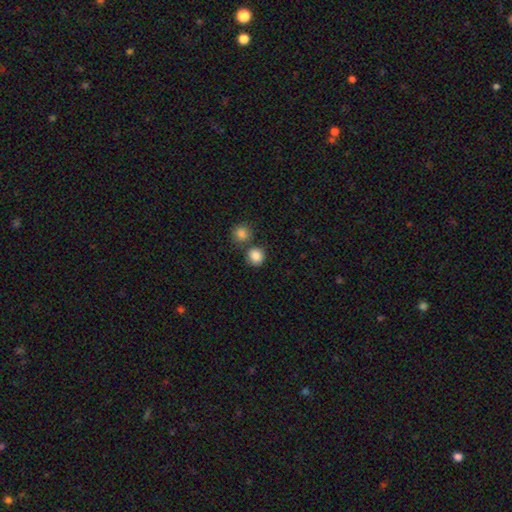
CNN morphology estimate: smooth-or-featured: smooth: 86% | star or artifact: 10% | featured or disk: 4%
  how-rounded: round: 89% | in between: 10% | cigar-shaped: 1%
  merging: none: 70% | merger: 19% | minor disturbance: 8% | major disturbance: 3%